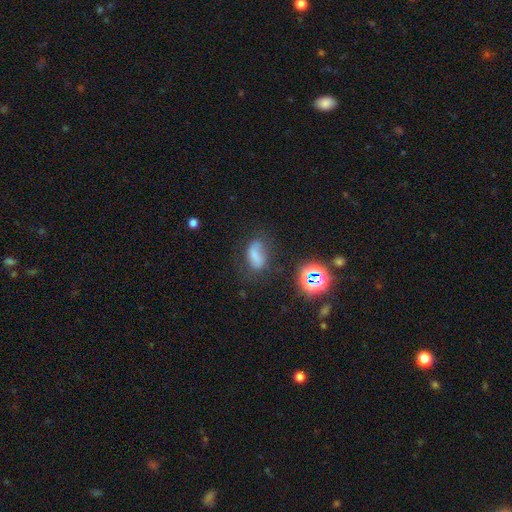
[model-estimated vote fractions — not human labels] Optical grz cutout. It shows a smooth galaxy with no disk features (60%) that is in between round and cigar-shaped (86%). Merging: none (47%).